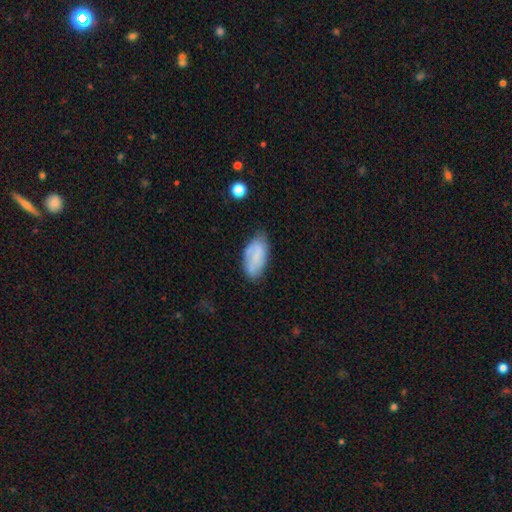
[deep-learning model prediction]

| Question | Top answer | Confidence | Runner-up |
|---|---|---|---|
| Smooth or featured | smooth | 66% | featured or disk (26%) |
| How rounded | in between | 93% | cigar-shaped (5%) |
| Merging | none | 65% | minor disturbance (26%) |